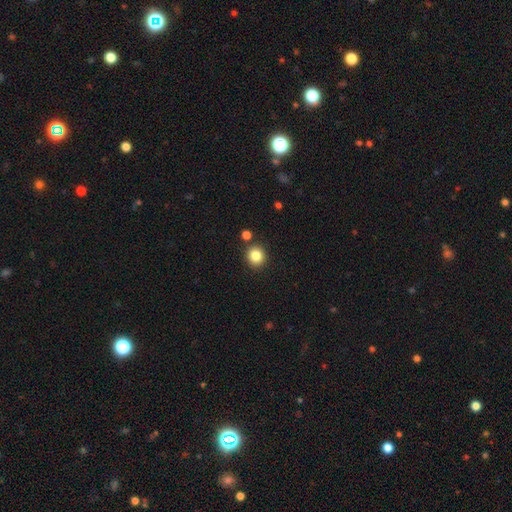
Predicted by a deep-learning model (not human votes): This is clearly a smooth galaxy (84%). How rounded: clearly round (88%). Merging: clearly none (86%).